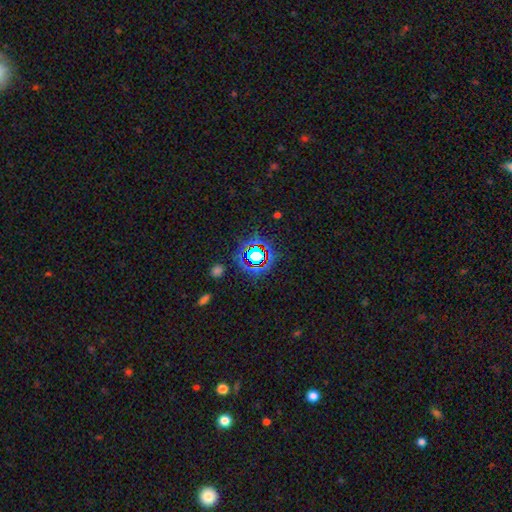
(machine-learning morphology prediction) This appears to be a star or artifact, not a galaxy (69%).